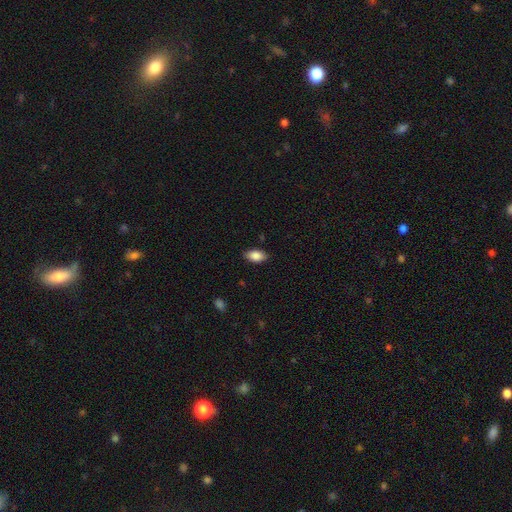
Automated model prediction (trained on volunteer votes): Morphology: type=smooth (86%); roundness=in between (91%); merging=none (85%).